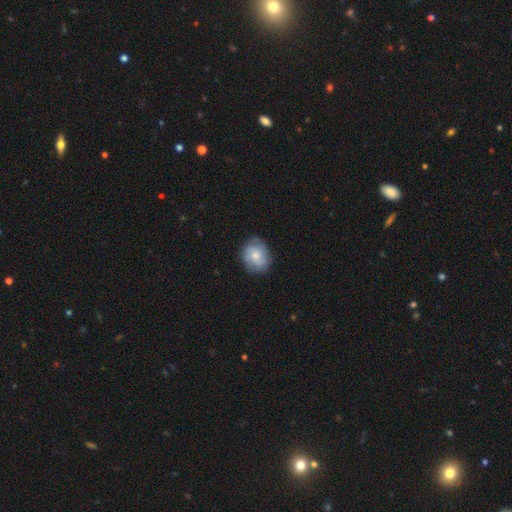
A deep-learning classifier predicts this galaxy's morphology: A smooth galaxy with no disk features (54%) that is round (56%). Merging: none (76%).